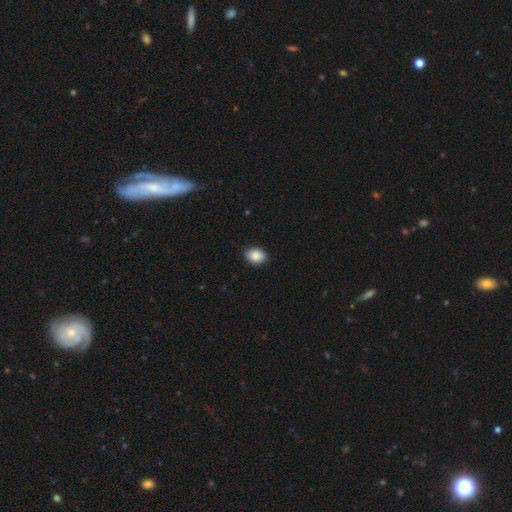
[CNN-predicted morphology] type=smooth (88%); roundness=in between (73%); merging=none (90%).